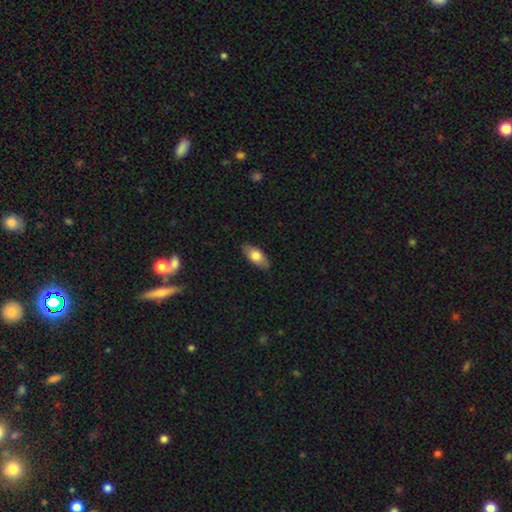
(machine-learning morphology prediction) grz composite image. It shows a smooth galaxy with no disk features (73%) that is in between round and cigar-shaped (86%). Merging: none (87%).